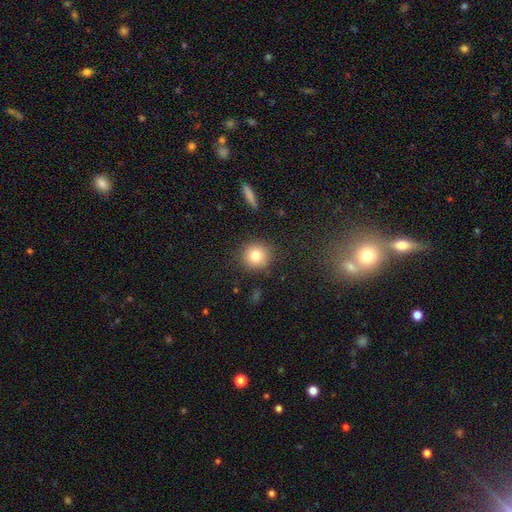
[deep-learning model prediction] Morphology: type=smooth (80%); roundness=round (91%); merging=none (88%).